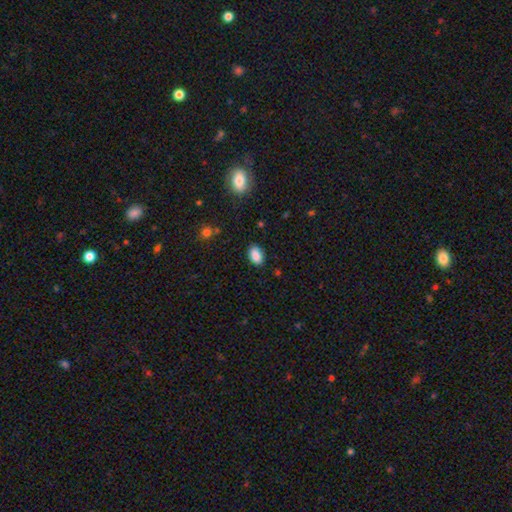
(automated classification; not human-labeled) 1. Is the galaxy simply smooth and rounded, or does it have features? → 88% smooth, 8% star or artifact, 4% featured or disk.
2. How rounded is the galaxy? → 91% in between, 7% round, 2% cigar-shaped.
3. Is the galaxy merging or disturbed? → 86% none, 11% minor disturbance, 2% major disturbance, 1% merger.